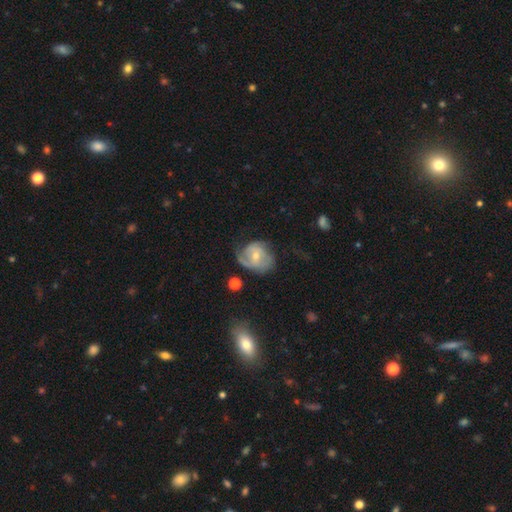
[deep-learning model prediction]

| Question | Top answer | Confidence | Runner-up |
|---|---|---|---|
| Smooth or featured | featured or disk | 62% | smooth (31%) |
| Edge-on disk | no | 97% | yes (3%) |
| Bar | no | 58% | weak (34%) |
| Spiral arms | yes | 78% | no (22%) |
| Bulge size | small | 50% | moderate (45%) |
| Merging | none | 46% | minor disturbance (29%) |